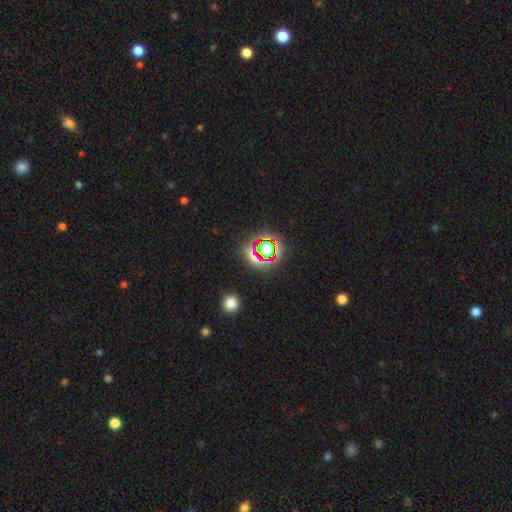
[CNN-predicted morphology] The model was most divided on "smooth or featured": star or artifact: 64%, smooth: 24%, featured or disk: 12%.